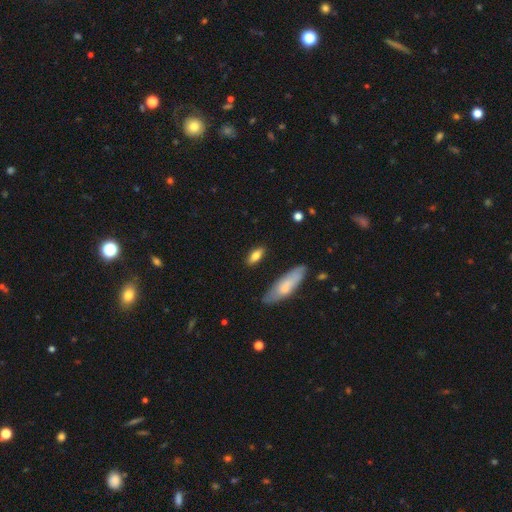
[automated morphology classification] This appears to be a smooth galaxy with no disk features (77%) that is in between round and cigar-shaped (73%). Merging: none (83%).